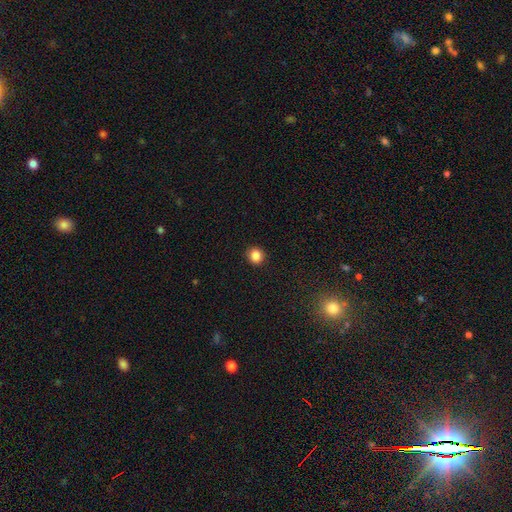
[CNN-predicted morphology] Smooth or featured: smooth — 86% (star or artifact — 11%)
How rounded: round — 87% (in between — 12%)
Merging: none — 91% (minor disturbance — 6%)